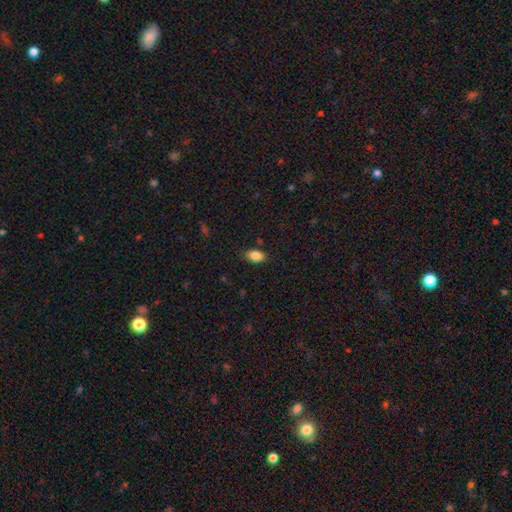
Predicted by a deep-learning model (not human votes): smooth_or_featured: smooth (p=0.87) [alt: star or artifact p=0.08]
how_rounded: in between (p=0.89) [alt: round p=0.09]
merging: none (p=0.81) [alt: minor disturbance p=0.15]